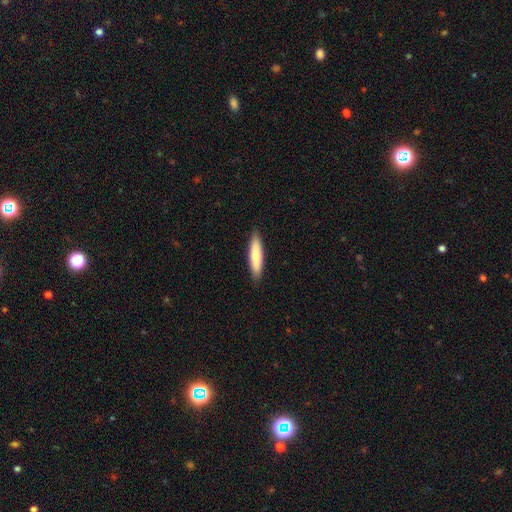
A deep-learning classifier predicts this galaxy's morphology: Smooth or featured?
  - smooth: 79% *
  - featured or disk: 16%
  - star or artifact: 5%
How rounded?
  - cigar-shaped: 80% *
  - in between: 19%
  - round: 1%
Merging?
  - none: 90% *
  - minor disturbance: 8%
  - major disturbance: 1%
  - merger: 1%